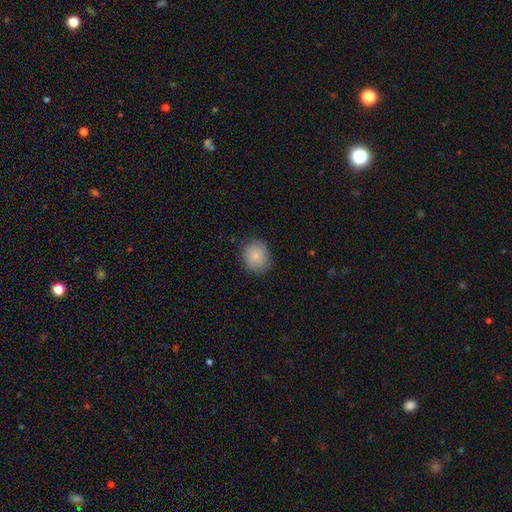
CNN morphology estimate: Smooth or featured? Predicted: smooth (p=0.83). How rounded? Predicted: round (p=0.73). Merging? Predicted: none (p=0.84).